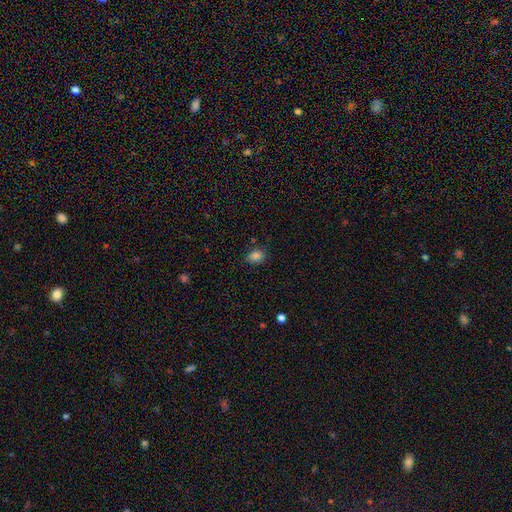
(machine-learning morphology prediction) Smooth or featured?
  - smooth: 83% *
  - star or artifact: 12%
  - featured or disk: 5%
How rounded?
  - in between: 69% *
  - round: 30%
  - cigar-shaped: 1%
Merging?
  - none: 79% *
  - minor disturbance: 16%
  - major disturbance: 3%
  - merger: 2%